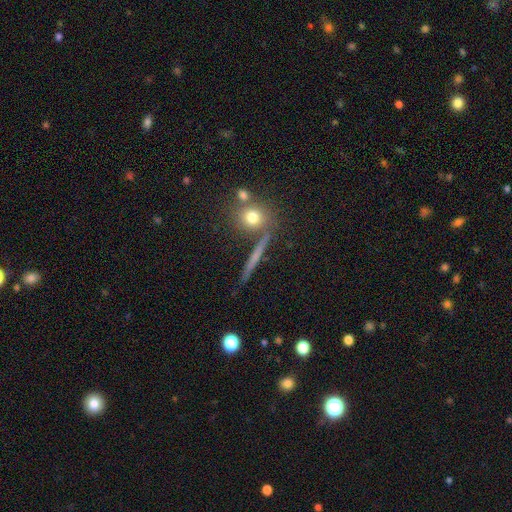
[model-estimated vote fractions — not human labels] Morphology: type=smooth (45%); merging=none (81%).